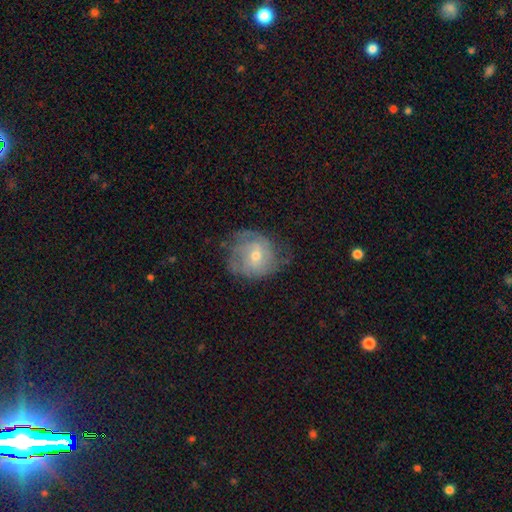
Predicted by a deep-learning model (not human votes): Smooth or featured? Predicted: featured or disk (p=0.69). Edge-on disk? Predicted: no (p=0.97). Bar? Predicted: no (p=0.58). Spiral arms? Predicted: yes (p=0.84). Spiral winding? Predicted: tight (p=0.49). Spiral arm count? Predicted: can't tell (p=0.39). Bulge size? Predicted: moderate (p=0.49). Merging? Predicted: none (p=0.60).